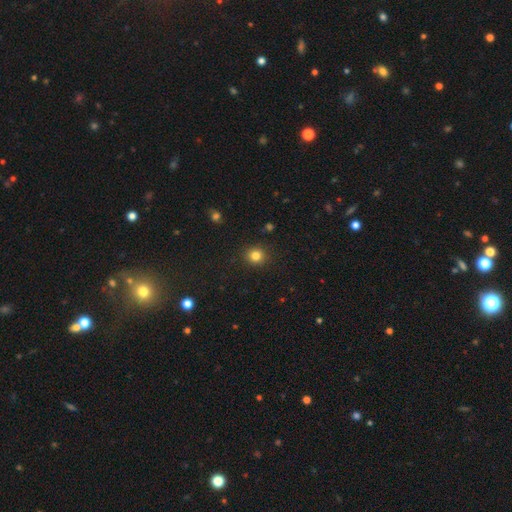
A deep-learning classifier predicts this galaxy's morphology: A smooth galaxy with no disk features (83%) that is round (90%). Merging: none (90%).